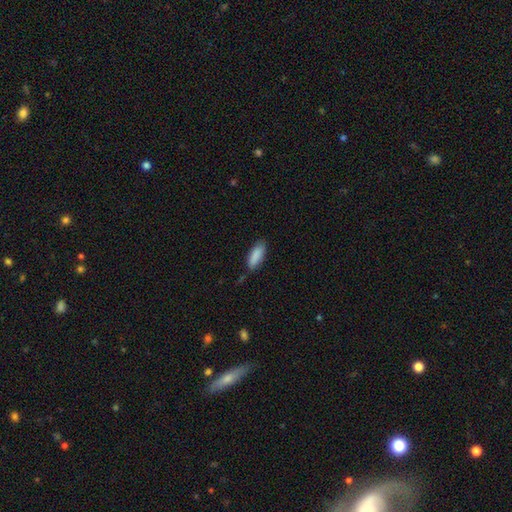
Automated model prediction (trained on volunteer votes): Smooth or featured? smooth (88%)
How rounded? in between (67%)
Merging? none (73%)